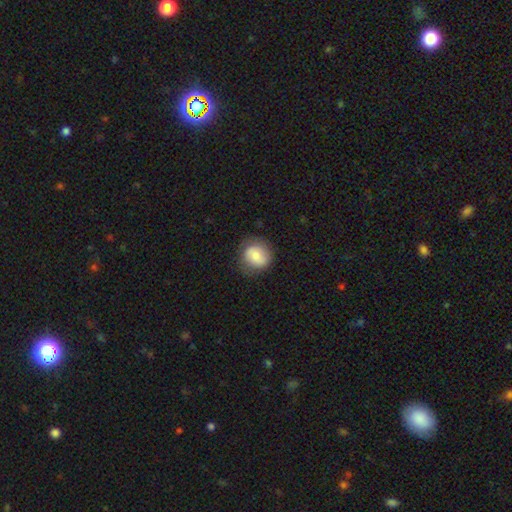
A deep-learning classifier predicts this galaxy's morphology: type=smooth (76%); roundness=round (81%); merging=none (77%).